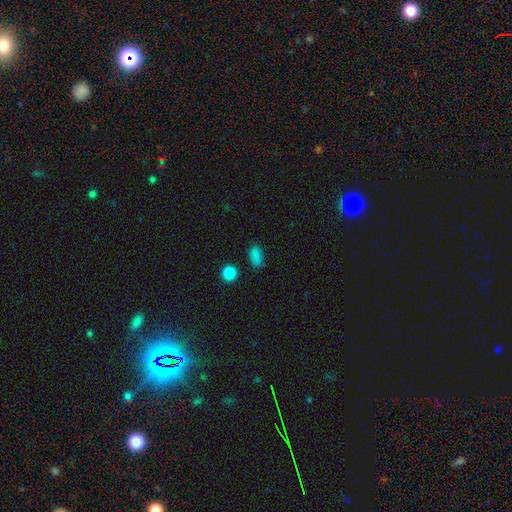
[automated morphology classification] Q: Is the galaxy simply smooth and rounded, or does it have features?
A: smooth — 80%.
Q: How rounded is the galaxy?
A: in between — 83%.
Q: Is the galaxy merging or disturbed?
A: none — 79%.